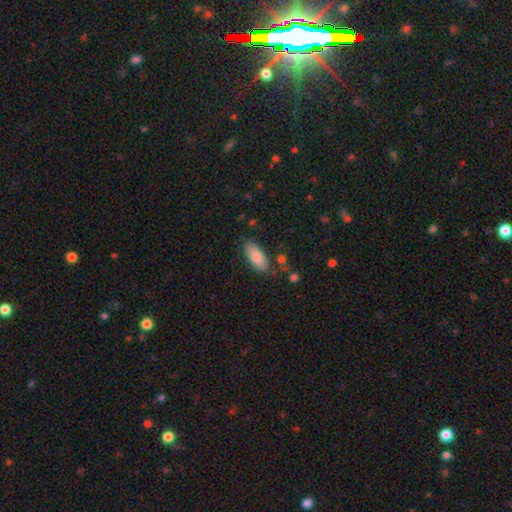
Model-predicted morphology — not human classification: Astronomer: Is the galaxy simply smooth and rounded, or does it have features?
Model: smooth — 85%.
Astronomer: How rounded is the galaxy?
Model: in between — 85%.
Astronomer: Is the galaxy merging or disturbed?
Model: none — 80%.